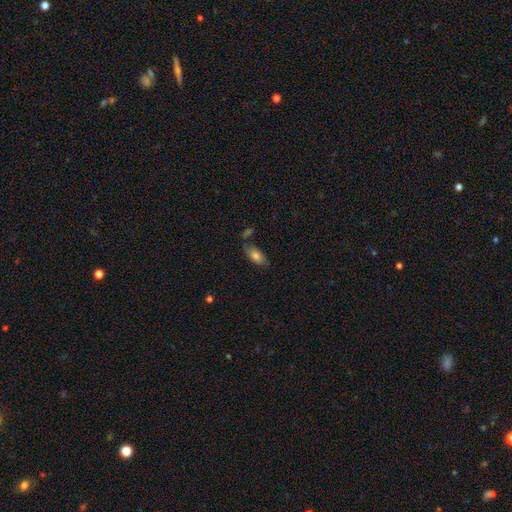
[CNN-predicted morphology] smooth-or-featured: smooth: 79% | featured or disk: 13% | star or artifact: 7%
  how-rounded: in between: 89% | cigar-shaped: 9% | round: 3%
  merging: none: 68% | minor disturbance: 18% | merger: 10% | major disturbance: 5%